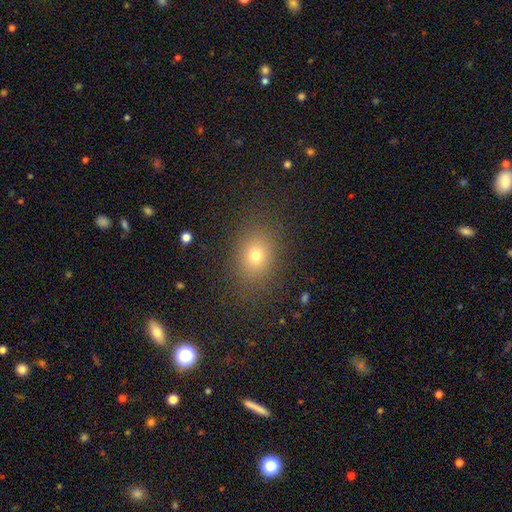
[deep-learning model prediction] This appears to be a smooth galaxy with no disk features (74%) that is in between round and cigar-shaped (54%). Merging: none (84%).